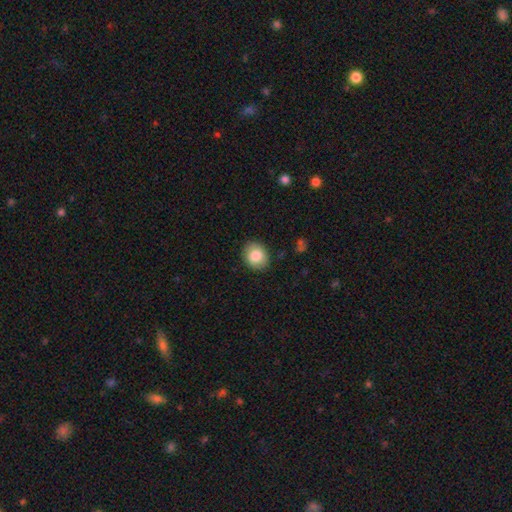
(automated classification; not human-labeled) Smooth or featured? smooth (84%)
How rounded? round (55%)
Merging? none (87%)